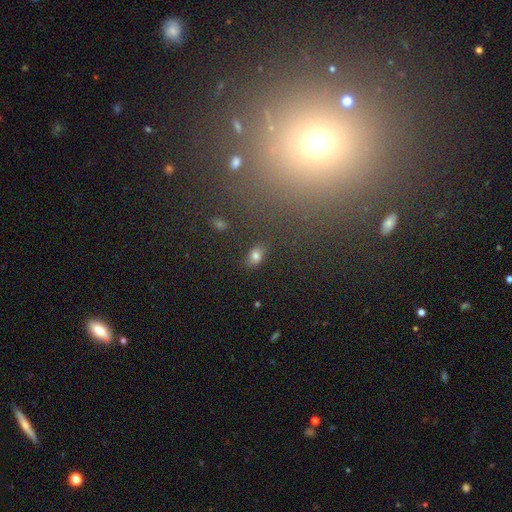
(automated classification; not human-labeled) This appears to be a smooth galaxy with no disk features (77%) that is in between round and cigar-shaped (81%). Merging: none (77%).